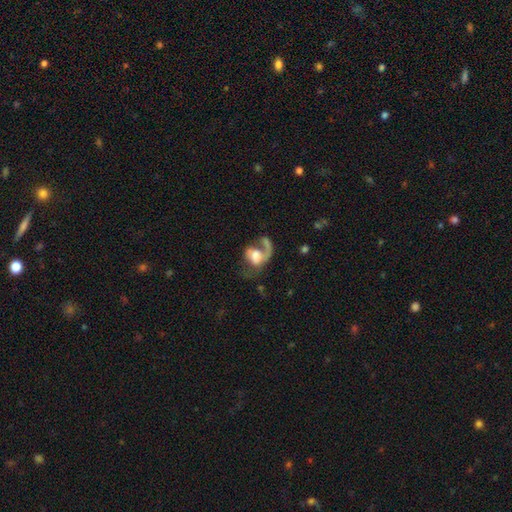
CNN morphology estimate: type=featured or disk (60%); edge-on=no (97%); bar=no (61%); spiral arms=yes (76%); bulge=moderate (39%); merging=major disturbance (44%).